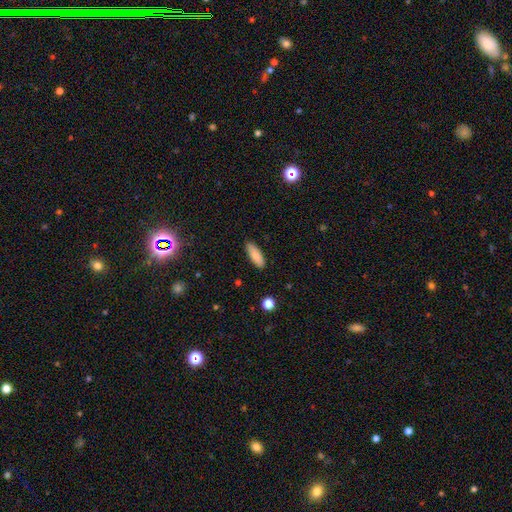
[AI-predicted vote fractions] A smooth galaxy with no disk features (86%) that is in between round and cigar-shaped (58%). Merging: none (89%).